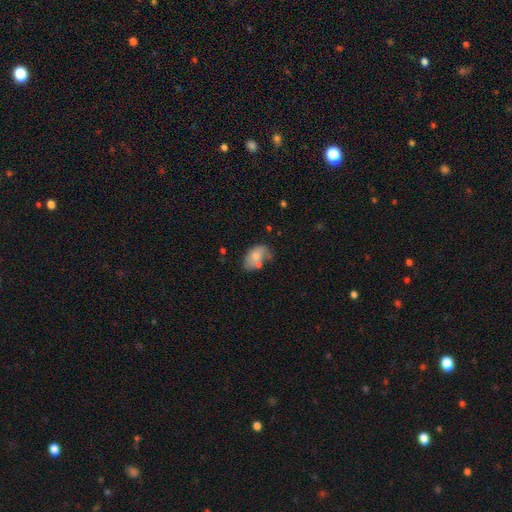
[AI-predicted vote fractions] Morphology: type=smooth (63%); roundness=in between (88%); merging=none (34%).